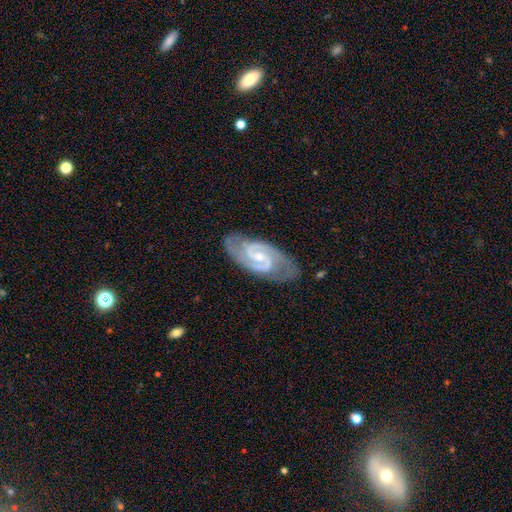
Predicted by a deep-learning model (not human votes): Q: Smooth or featured?
A: featured or disk (90%); runner-up: star or artifact (5%)
Q: Edge-on disk?
A: no (95%); runner-up: yes (5%)
Q: Bar?
A: weak (49%); runner-up: no (28%)
Q: Spiral arms?
A: yes (98%); runner-up: no (2%)
Q: Spiral winding?
A: medium (47%); runner-up: tight (45%)
Q: Spiral arm count?
A: 2 (89%); runner-up: 3 (4%)
Q: Bulge size?
A: small (61%); runner-up: moderate (32%)
Q: Merging?
A: none (83%); runner-up: minor disturbance (13%)